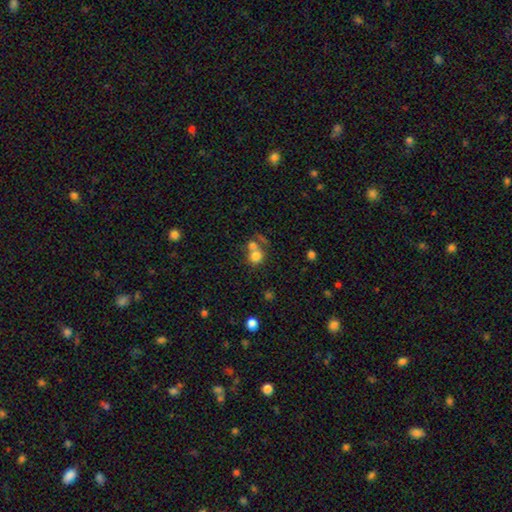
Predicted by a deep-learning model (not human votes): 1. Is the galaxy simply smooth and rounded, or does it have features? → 76% smooth, 12% featured or disk, 12% star or artifact.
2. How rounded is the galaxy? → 78% round, 21% in between, 1% cigar-shaped.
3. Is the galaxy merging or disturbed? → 47% merger, 39% none, 8% minor disturbance, 6% major disturbance.